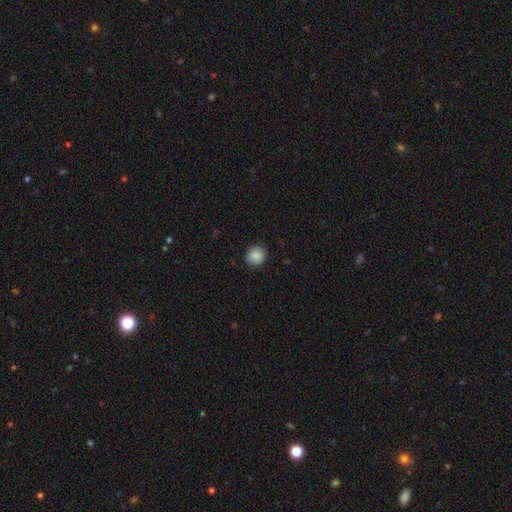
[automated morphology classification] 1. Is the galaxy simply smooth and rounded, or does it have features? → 87% smooth, 8% star or artifact, 5% featured or disk.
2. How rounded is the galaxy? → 87% round, 12% in between, 1% cigar-shaped.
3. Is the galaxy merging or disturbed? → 87% none, 9% minor disturbance, 2% major disturbance, 1% merger.